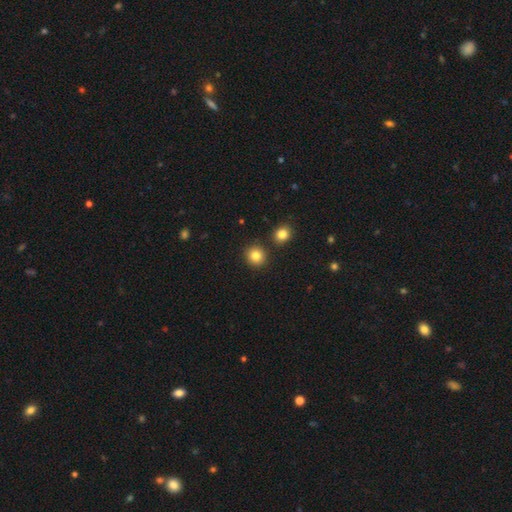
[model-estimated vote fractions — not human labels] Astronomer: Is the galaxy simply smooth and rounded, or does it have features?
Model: smooth — 84%.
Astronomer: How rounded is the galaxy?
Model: round — 90%.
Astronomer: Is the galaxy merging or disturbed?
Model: none — 87%.